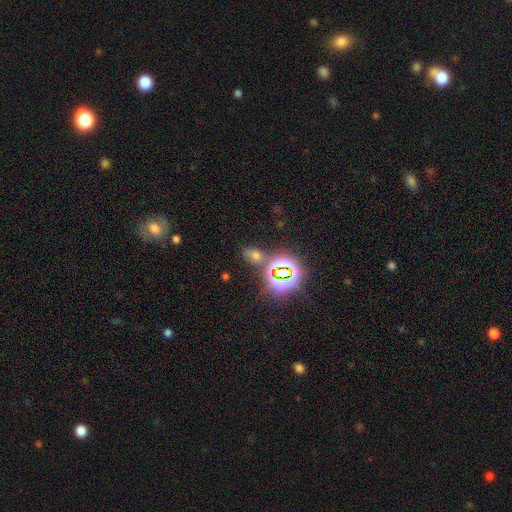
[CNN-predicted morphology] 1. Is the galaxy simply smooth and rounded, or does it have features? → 49% smooth, 43% star or artifact, 8% featured or disk.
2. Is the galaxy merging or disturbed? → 69% none, 13% minor disturbance, 12% merger, 6% major disturbance.